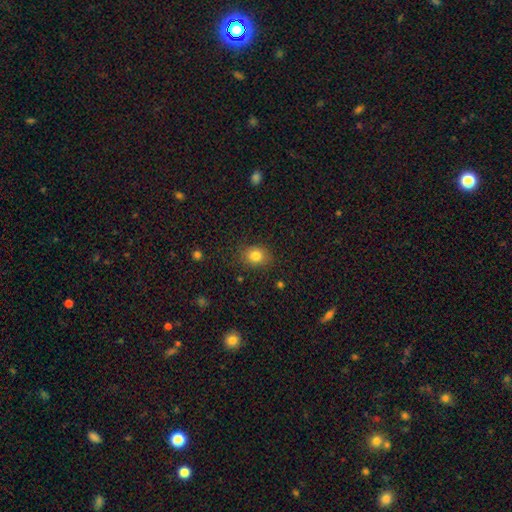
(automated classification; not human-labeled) smooth-or-featured: smooth: 82% | star or artifact: 11% | featured or disk: 6%
  how-rounded: round: 62% | in between: 37% | cigar-shaped: 1%
  merging: none: 84% | minor disturbance: 12% | major disturbance: 3% | merger: 1%